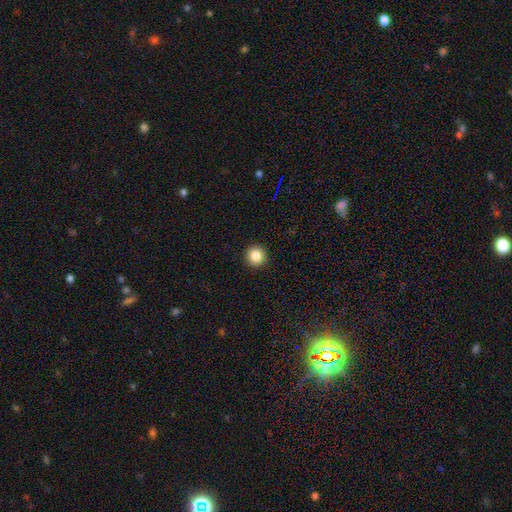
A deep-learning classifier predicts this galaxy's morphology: Smooth or featured?
  - smooth: 86% *
  - star or artifact: 10%
  - featured or disk: 4%
How rounded?
  - round: 95% *
  - in between: 4%
  - cigar-shaped: 1%
Merging?
  - none: 93% *
  - minor disturbance: 4%
  - major disturbance: 2%
  - merger: 1%